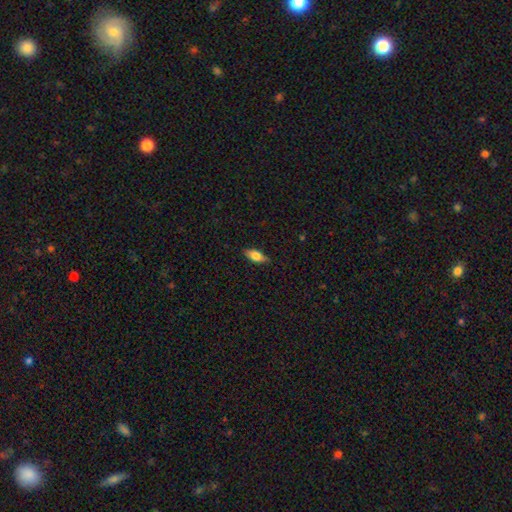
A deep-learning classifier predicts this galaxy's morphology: Overall: smooth (71%). How rounded: in between (80%). Merging: none (84%).